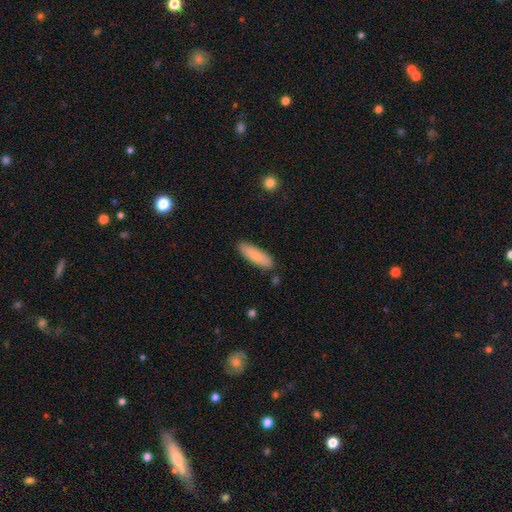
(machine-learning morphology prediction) Overall: smooth (84%). How rounded: in between (51%; cigar-shaped 48%). Merging: none (85%).